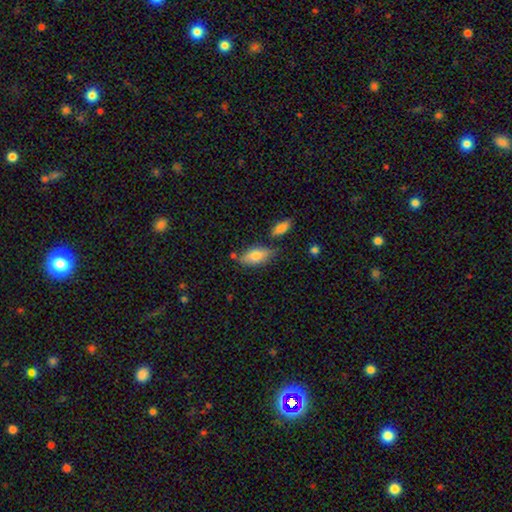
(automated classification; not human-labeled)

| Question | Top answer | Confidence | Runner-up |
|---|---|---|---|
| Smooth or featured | smooth | 74% | featured or disk (19%) |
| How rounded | in between | 86% | cigar-shaped (11%) |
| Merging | none | 66% | minor disturbance (19%) |